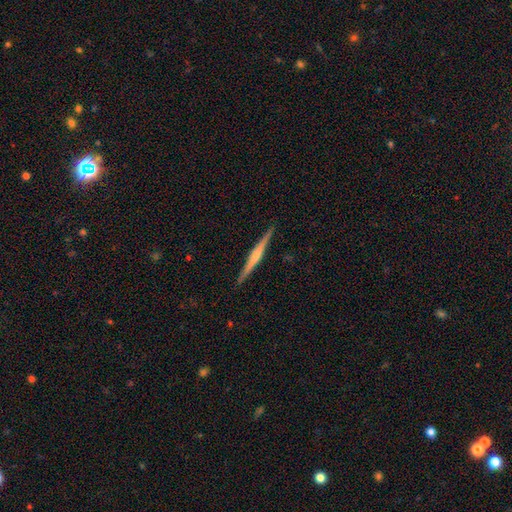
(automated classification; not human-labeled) Morphology: type=featured or disk (70%); edge-on=yes (98%); edge-on bulge=rounded (61%); merging=none (92%).